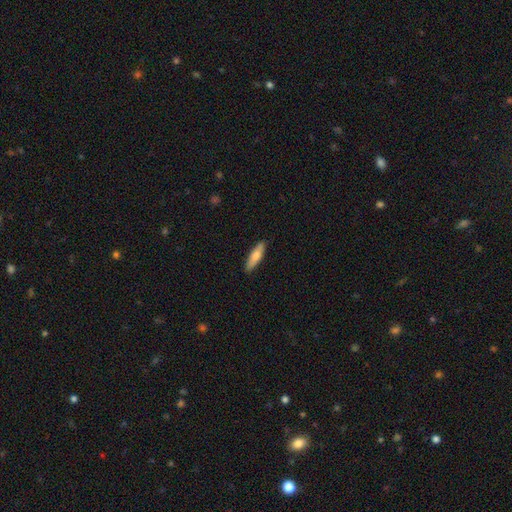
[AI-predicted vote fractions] A smooth galaxy with no disk features (72%) that is cigar-shaped (65%).

Vote fractions:
- Smooth or featured? smooth: 72% / featured or disk: 22% / star or artifact: 5%
- How rounded? cigar-shaped: 65% / in between: 33% / round: 2%
- Merging? none: 89% / minor disturbance: 9% / major disturbance: 2% / merger: 1%